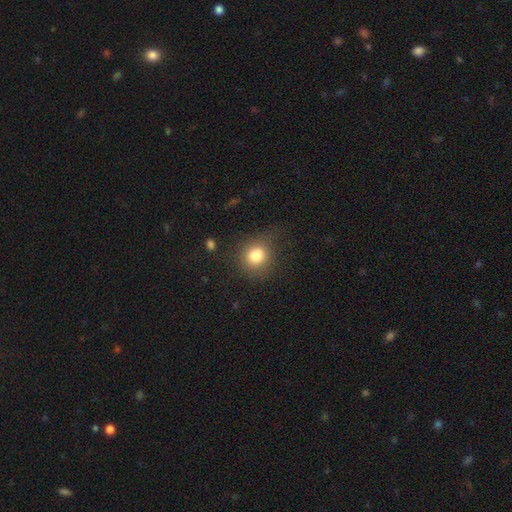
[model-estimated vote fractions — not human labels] This is likely a smooth galaxy (79%). How rounded: clearly round (80%). Merging: likely none (69%).